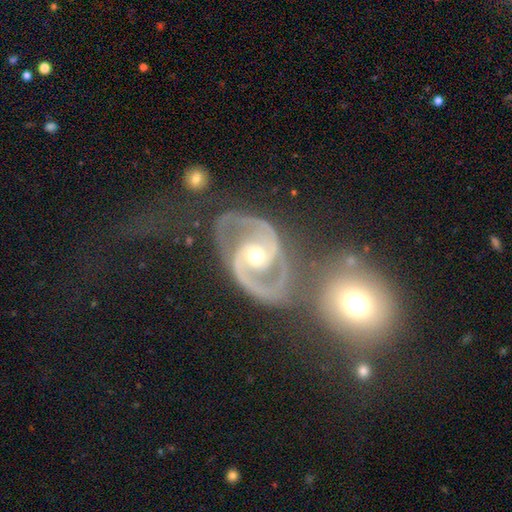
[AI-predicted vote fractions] smooth-or-featured: featured or disk: 93% | star or artifact: 4% | smooth: 3%
  disk-edge-on: no: 98% | yes: 2%
    bar: no: 48% | weak: 34% | strong: 19%
    has-spiral-arms: yes: 98% | no: 2%
      spiral-winding: medium: 59% | tight: 29% | loose: 12%
      spiral-arm-count: 2: 92% | 3: 2% | can't tell: 2% | 1: 1% | 4: 1% | more than 4: 1%
    bulge-size: moderate: 68% | small: 27% | large: 3% | none: 1% | dominant: 1%
  merging: none: 51% | minor disturbance: 19% | merger: 18% | major disturbance: 12%